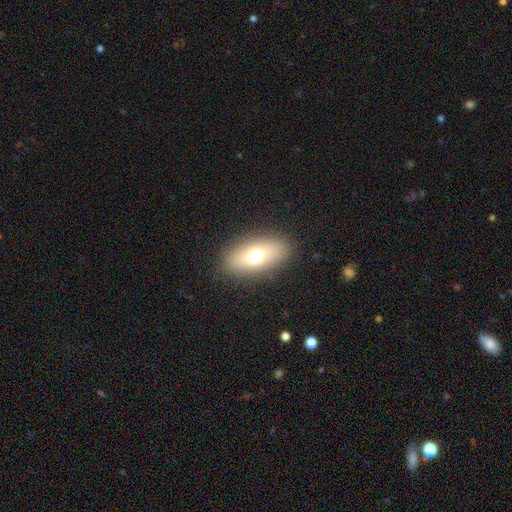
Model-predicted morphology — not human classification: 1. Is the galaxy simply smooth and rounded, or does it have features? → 67% smooth, 22% featured or disk, 12% star or artifact.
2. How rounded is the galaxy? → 84% in between, 10% round, 6% cigar-shaped.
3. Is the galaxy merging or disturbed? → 87% none, 8% minor disturbance, 4% major disturbance, 1% merger.